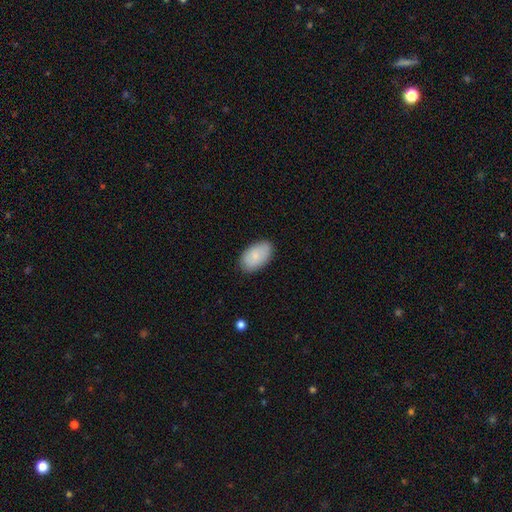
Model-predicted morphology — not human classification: Smooth or featured? smooth (84%)
How rounded? in between (94%)
Merging? none (85%)